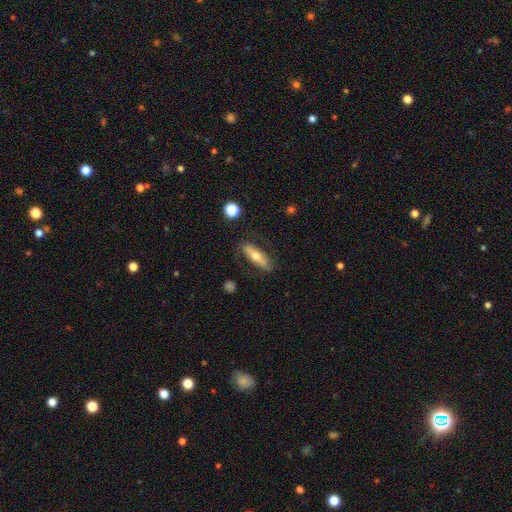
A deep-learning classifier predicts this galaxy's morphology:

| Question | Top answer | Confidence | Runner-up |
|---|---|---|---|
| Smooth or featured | featured or disk | 47% | smooth (46%) |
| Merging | none | 77% | minor disturbance (15%) |